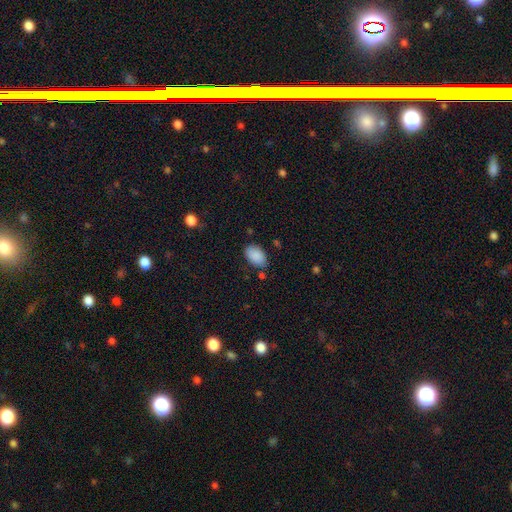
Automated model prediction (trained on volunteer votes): Smooth or featured?
  - smooth: 89% *
  - star or artifact: 7%
  - featured or disk: 4%
How rounded?
  - in between: 91% *
  - round: 8%
  - cigar-shaped: 1%
Merging?
  - none: 78% *
  - minor disturbance: 16%
  - major disturbance: 4%
  - merger: 3%